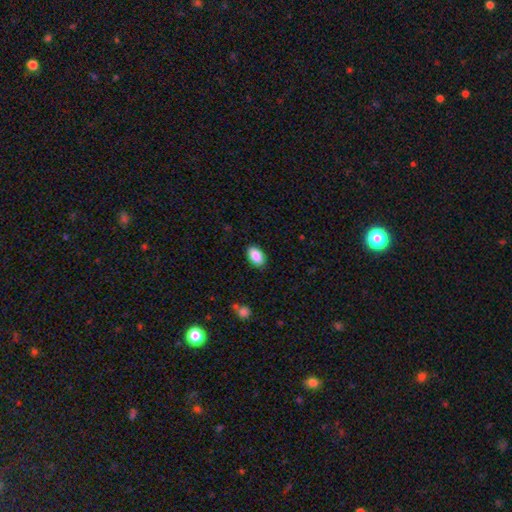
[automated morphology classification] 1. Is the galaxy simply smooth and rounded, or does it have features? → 89% smooth, 7% star or artifact, 4% featured or disk.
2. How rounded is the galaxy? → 94% in between, 4% round, 2% cigar-shaped.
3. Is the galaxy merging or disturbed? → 87% none, 9% minor disturbance, 2% major disturbance, 1% merger.